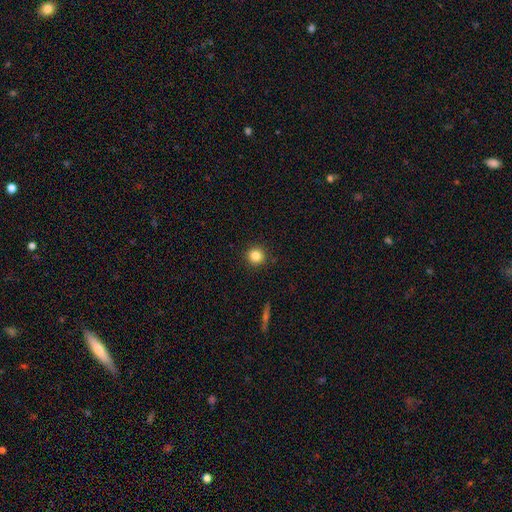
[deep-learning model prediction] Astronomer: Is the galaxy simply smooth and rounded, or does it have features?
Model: smooth — 84%.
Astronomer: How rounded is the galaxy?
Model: round — 94%.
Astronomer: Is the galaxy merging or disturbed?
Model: none — 92%.